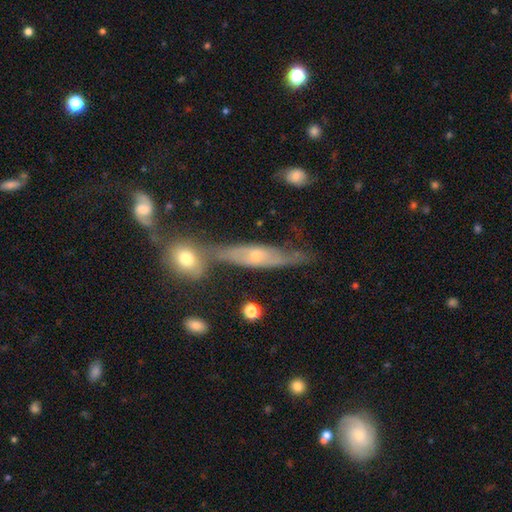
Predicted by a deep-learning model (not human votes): Morphology: type=featured or disk (66%); edge-on=yes (51%); merging=none (48%).